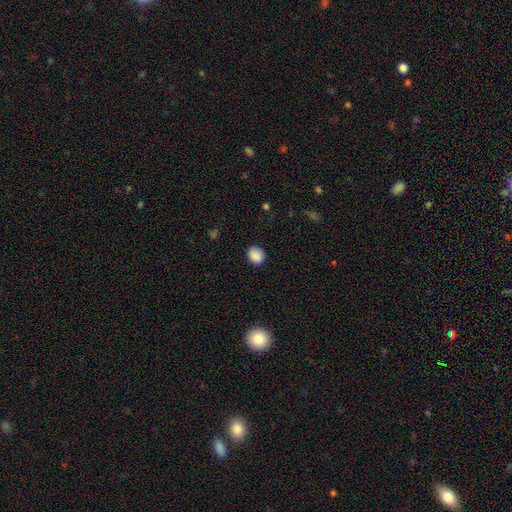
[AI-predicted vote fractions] The model was most divided on "how rounded": round: 68%, in between: 31%, cigar-shaped: 1%. More confident: smooth or featured — smooth (88%); merging — none (85%).